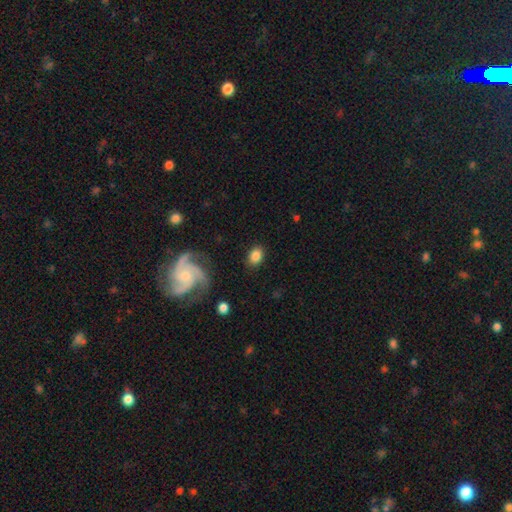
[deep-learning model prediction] The model was most divided on "how rounded": in between: 69%, round: 30%, cigar-shaped: 1%. More confident: merging — none (84%); smooth or featured — smooth (81%).